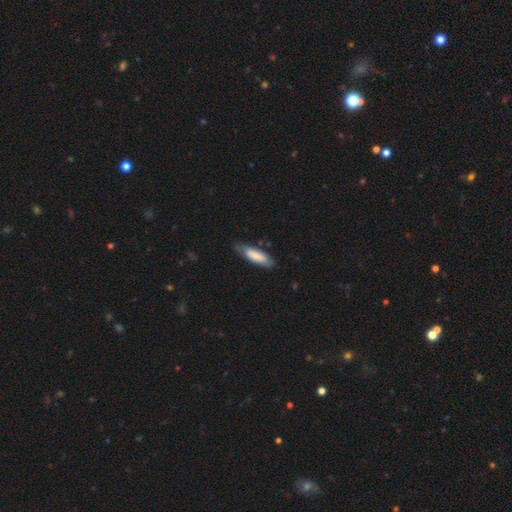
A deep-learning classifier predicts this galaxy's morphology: A smooth galaxy with no disk features (76%) that is cigar-shaped (54%).

Vote fractions:
- Smooth or featured? smooth: 76% / featured or disk: 18% / star or artifact: 5%
- How rounded? cigar-shaped: 54% / in between: 45% / round: 1%
- Merging? none: 67% / minor disturbance: 26% / major disturbance: 5% / merger: 2%